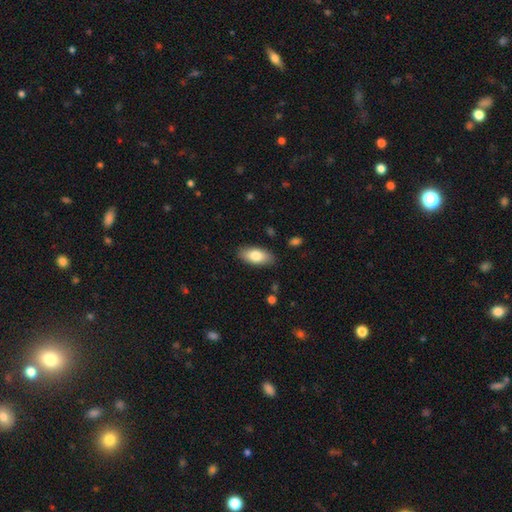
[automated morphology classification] Smooth or featured? Predicted: smooth (p=0.81). How rounded? Predicted: in between (p=0.90). Merging? Predicted: none (p=0.87).